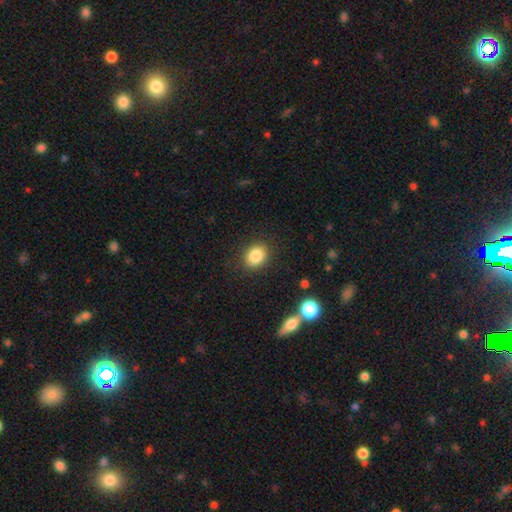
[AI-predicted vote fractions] Smooth or featured? smooth (85%)
How rounded? in between (51%)
Merging? none (86%)